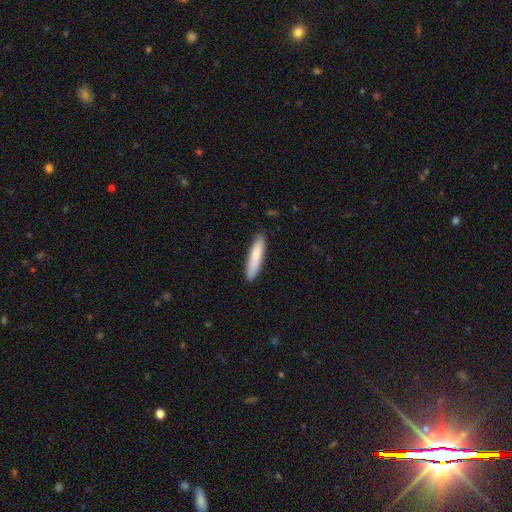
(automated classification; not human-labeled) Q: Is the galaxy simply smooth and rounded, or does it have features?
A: smooth — 80%.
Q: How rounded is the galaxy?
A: cigar-shaped — 84%.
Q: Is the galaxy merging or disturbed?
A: none — 85%.